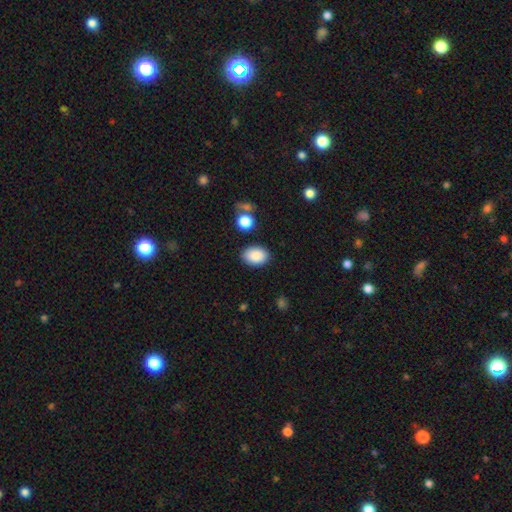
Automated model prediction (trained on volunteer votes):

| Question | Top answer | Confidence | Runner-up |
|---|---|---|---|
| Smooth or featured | smooth | 88% | star or artifact (7%) |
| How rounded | in between | 82% | round (17%) |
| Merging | none | 85% | minor disturbance (10%) |